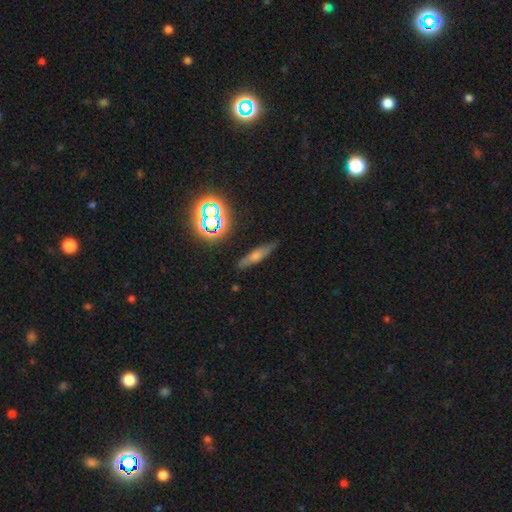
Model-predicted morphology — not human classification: A smooth galaxy with no disk features (47%). Merging: none (84%).